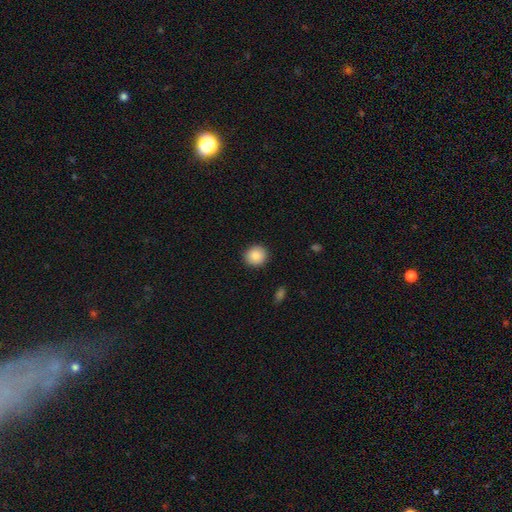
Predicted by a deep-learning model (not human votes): Overall: smooth (87%). How rounded: round (87%). Merging: none (91%).